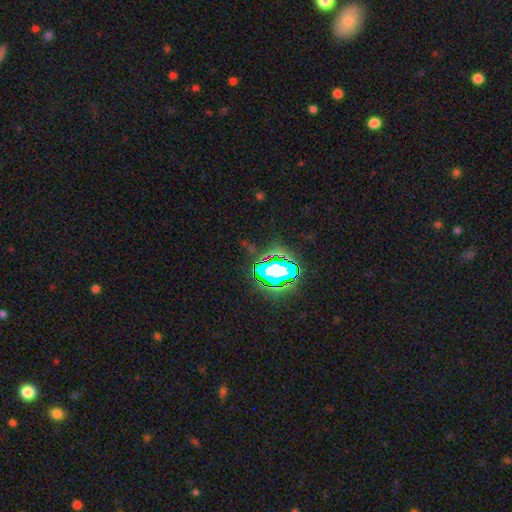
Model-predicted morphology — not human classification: A star or artifact, not a galaxy (80%).

Vote fractions:
- Smooth or featured? star or artifact: 80% / smooth: 13% / featured or disk: 8%